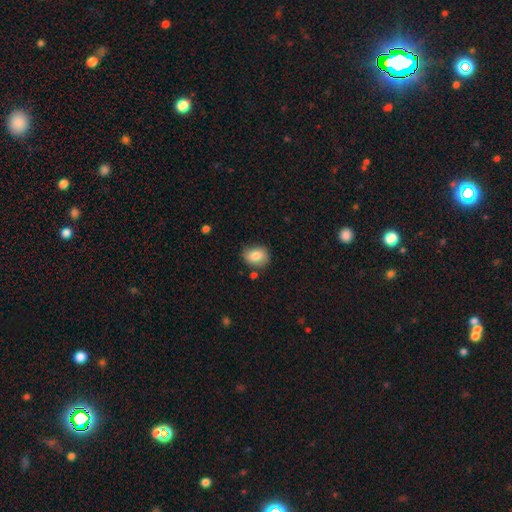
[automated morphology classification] The model was most divided on "how rounded": round: 52%, in between: 47%, cigar-shaped: 1%. More confident: smooth or featured — smooth (81%); merging — none (75%).